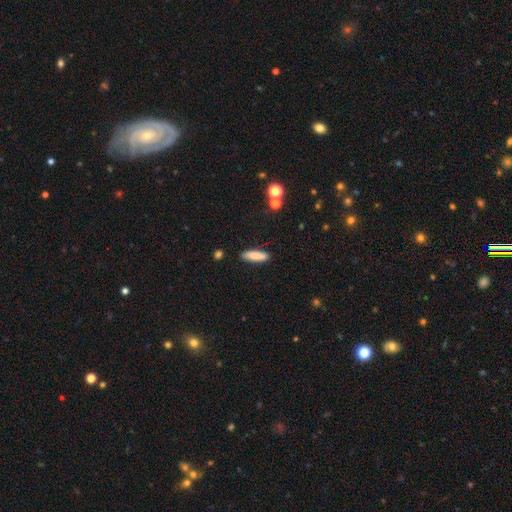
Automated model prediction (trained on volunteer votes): Morphology: type=smooth (84%); roundness=cigar-shaped (65%); merging=none (87%).